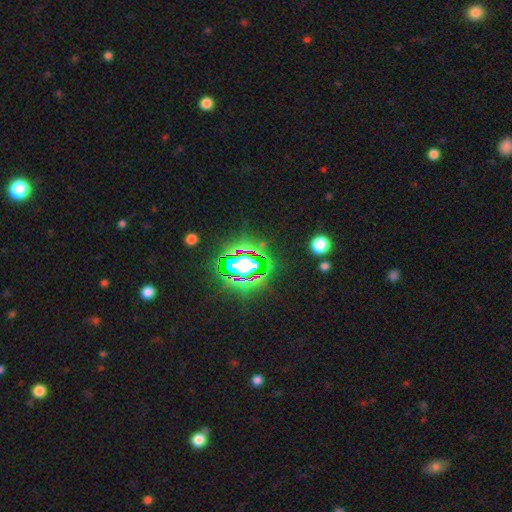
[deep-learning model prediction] Smooth or featured? star or artifact (77%)